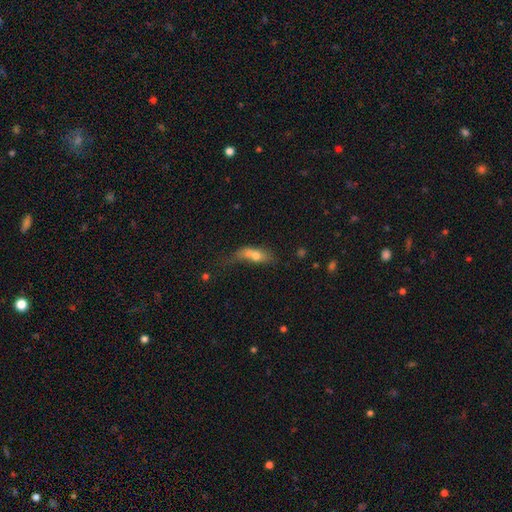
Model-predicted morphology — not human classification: Smooth or featured?
  - smooth: 65% *
  - featured or disk: 26%
  - star or artifact: 10%
How rounded?
  - in between: 69% *
  - cigar-shaped: 22%
  - round: 9%
Merging?
  - merger: 31% *
  - major disturbance: 27%
  - none: 22%
  - minor disturbance: 20%